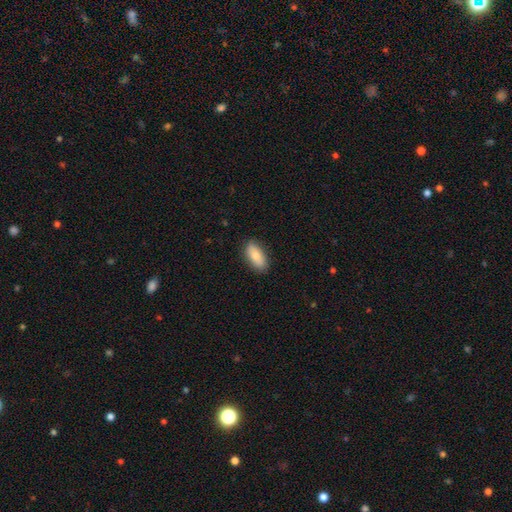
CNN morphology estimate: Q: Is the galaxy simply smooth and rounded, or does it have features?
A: smooth — 81%.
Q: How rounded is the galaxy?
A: in between — 87%.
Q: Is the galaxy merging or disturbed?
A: none — 86%.